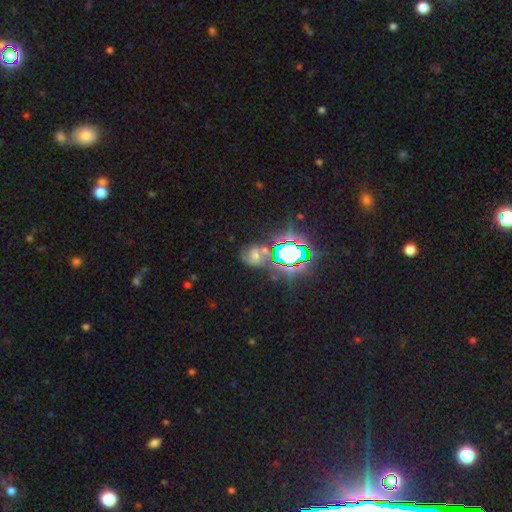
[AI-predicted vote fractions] Smooth or featured?
  - featured or disk: 42% *
  - star or artifact: 39%
  - smooth: 19%
Merging?
  - none: 56% *
  - minor disturbance: 18%
  - merger: 14%
  - major disturbance: 12%